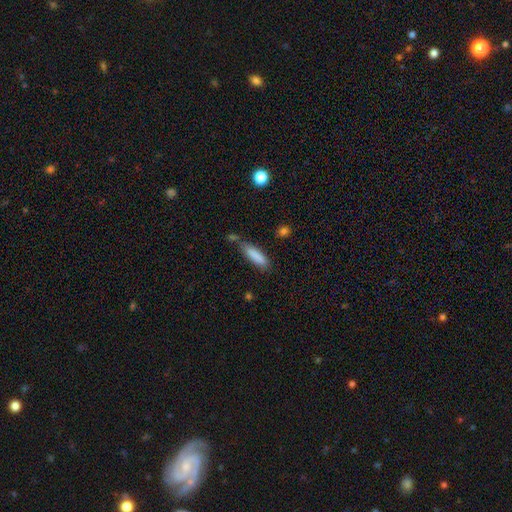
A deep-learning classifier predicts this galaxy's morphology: smooth 85%, featured or disk 8%, star or artifact 7%. Down the decision tree: how rounded — cigar-shaped (65%); merging — none (62%).